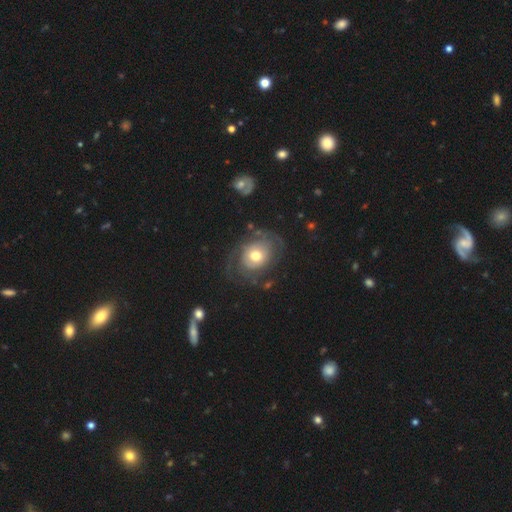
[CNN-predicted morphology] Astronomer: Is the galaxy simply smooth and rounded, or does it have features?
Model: featured or disk — 61%.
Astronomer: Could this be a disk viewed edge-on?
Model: no — 96%.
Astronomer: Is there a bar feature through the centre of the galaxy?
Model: no — 82%.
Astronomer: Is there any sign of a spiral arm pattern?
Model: yes — 71%.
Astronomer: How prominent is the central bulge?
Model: moderate — 69%.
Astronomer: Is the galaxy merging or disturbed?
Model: none — 59%.